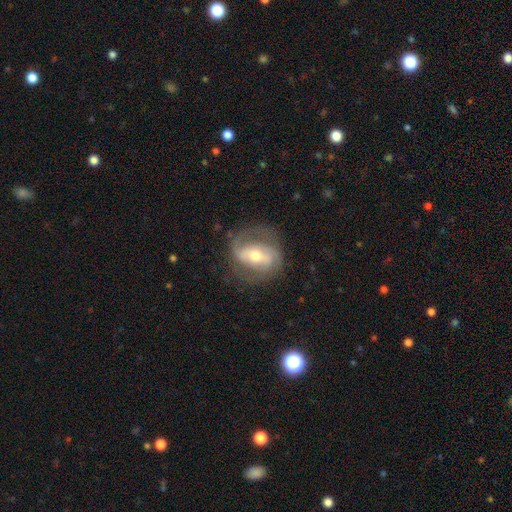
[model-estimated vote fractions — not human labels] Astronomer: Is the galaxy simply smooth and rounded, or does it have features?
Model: featured or disk — 79%.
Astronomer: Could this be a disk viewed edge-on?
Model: no — 95%.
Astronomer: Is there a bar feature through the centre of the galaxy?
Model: strong — 46% (runner-up: weak, 34%).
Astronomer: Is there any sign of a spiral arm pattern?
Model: yes — 86%.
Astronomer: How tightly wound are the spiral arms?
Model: medium — 47% (runner-up: tight, 28%).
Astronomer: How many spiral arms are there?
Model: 2 — 81%.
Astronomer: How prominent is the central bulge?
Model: moderate — 63%.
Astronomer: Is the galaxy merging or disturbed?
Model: none — 70%.